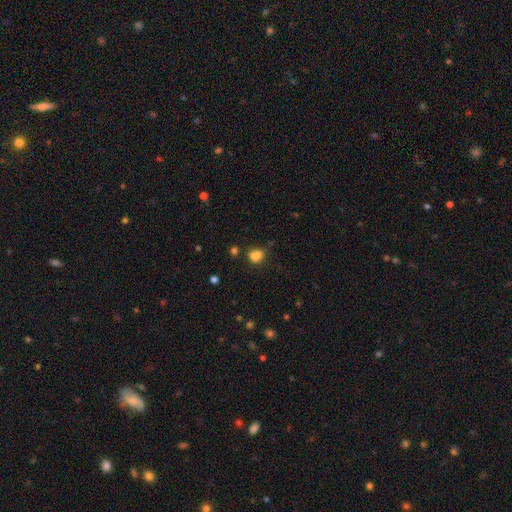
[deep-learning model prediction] A smooth galaxy with no disk features (83%) that is in between round and cigar-shaped (52%).

Vote fractions:
- Smooth or featured? smooth: 83% / star or artifact: 13% / featured or disk: 5%
- How rounded? in between: 52% / round: 47% / cigar-shaped: 1%
- Merging? none: 69% / minor disturbance: 19% / major disturbance: 6% / merger: 6%